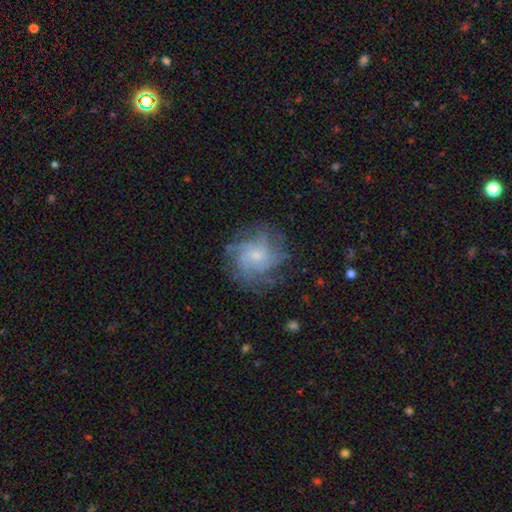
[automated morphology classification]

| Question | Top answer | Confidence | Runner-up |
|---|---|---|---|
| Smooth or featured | featured or disk | 74% | smooth (17%) |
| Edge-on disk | no | 98% | yes (2%) |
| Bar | no | 70% | weak (27%) |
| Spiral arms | yes | 93% | no (7%) |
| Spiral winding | tight | 49% | medium (38%) |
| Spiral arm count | can't tell | 33% | 4 (26%) |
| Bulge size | small | 68% | moderate (24%) |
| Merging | none | 73% | minor disturbance (16%) |